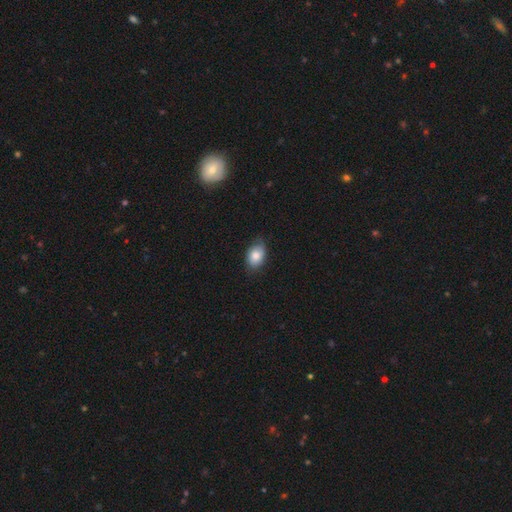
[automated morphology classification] type=smooth (78%); roundness=in between (84%); merging=none (70%).